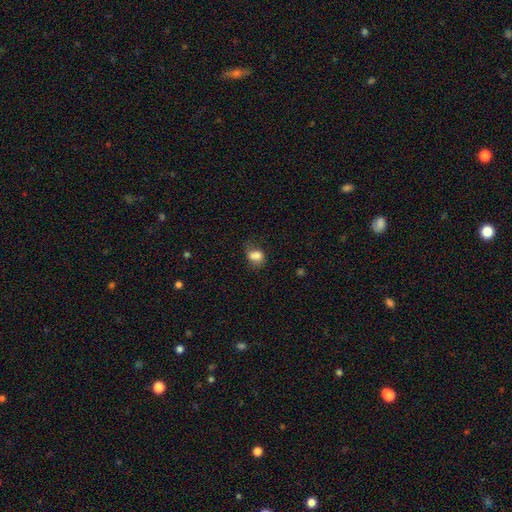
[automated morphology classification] smooth_or_featured: smooth (p=0.80) [alt: star or artifact p=0.10]
how_rounded: in between (p=0.64) [alt: round p=0.34]
merging: none (p=0.46) [alt: minor disturbance p=0.32]